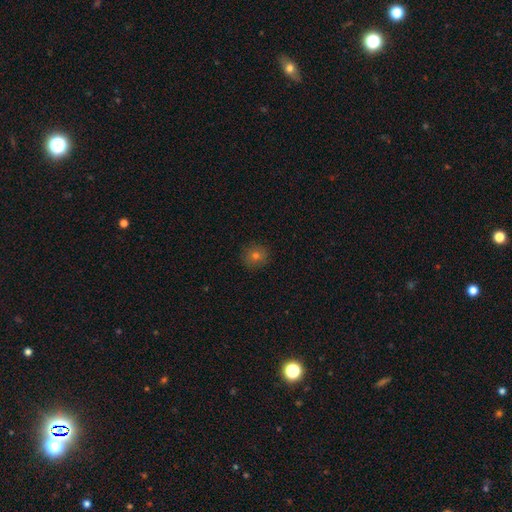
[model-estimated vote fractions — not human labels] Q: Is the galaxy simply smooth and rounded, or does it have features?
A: smooth — 71%.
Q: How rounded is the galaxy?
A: round — 92%.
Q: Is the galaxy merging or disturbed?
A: none — 89%.